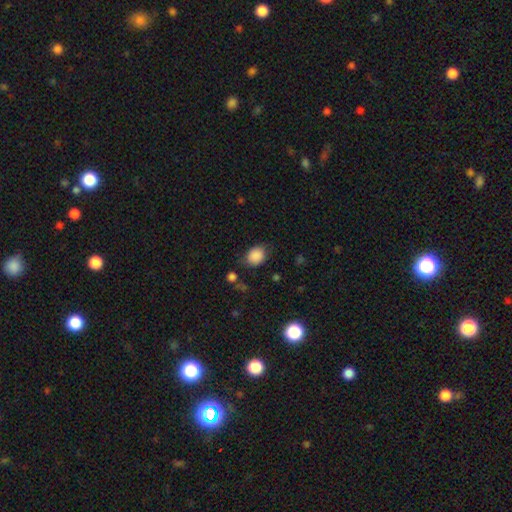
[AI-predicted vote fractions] Smooth or featured: smooth — 87% (star or artifact — 9%)
How rounded: round — 52% (in between — 47%)
Merging: none — 72% (minor disturbance — 19%)